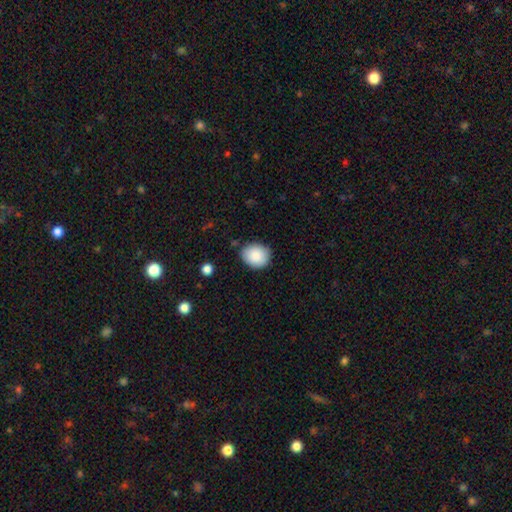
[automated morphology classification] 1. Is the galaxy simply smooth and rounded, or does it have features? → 88% smooth, 7% star or artifact, 5% featured or disk.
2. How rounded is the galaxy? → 59% round, 40% in between, 1% cigar-shaped.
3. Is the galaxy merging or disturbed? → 82% none, 14% minor disturbance, 3% major disturbance, 2% merger.